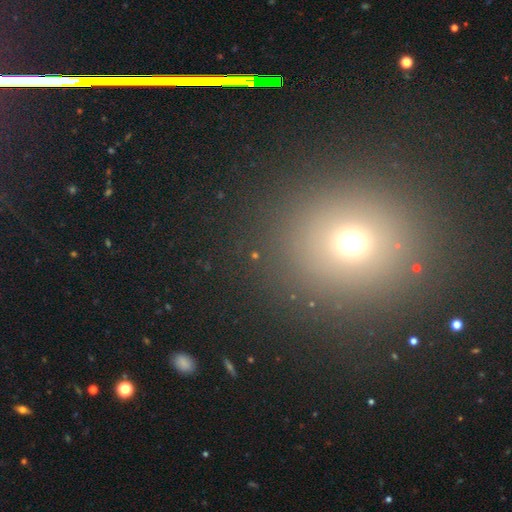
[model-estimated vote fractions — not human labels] star or artifact 50%, smooth 39%, featured or disk 11%.